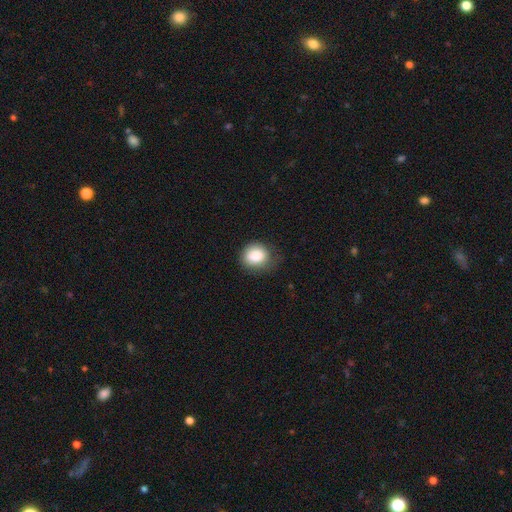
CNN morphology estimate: smooth 86%, star or artifact 8%, featured or disk 5%. Down the decision tree: how rounded — round (67%); merging — none (64%).